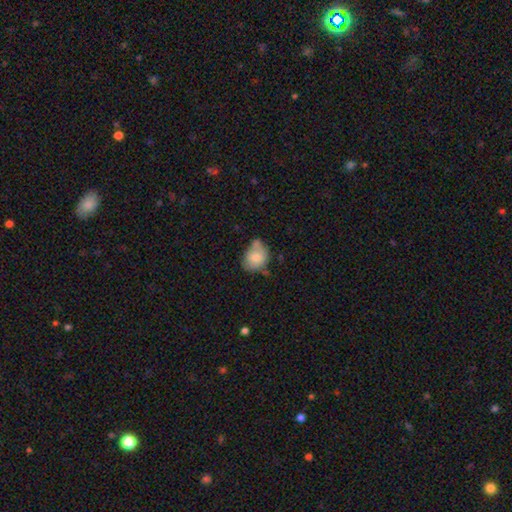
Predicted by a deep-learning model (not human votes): A smooth galaxy with no disk features (75%) that is in between round and cigar-shaped (53%).

Vote fractions:
- Smooth or featured? smooth: 75% / featured or disk: 17% / star or artifact: 8%
- How rounded? in between: 53% / round: 46% / cigar-shaped: 1%
- Merging? none: 42% / minor disturbance: 29% / merger: 21% / major disturbance: 8%